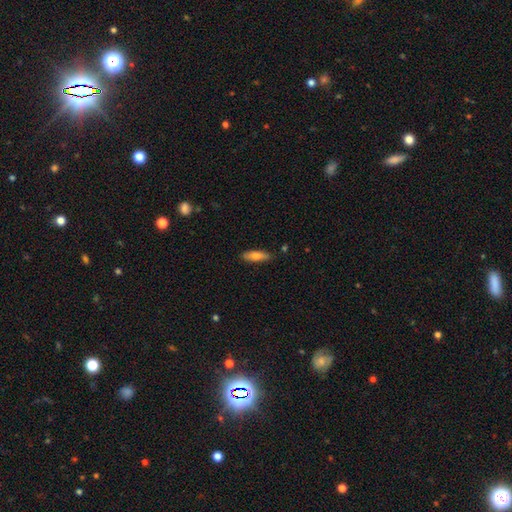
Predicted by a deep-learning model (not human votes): The model was most divided on "how rounded": in between: 50%, cigar-shaped: 48%, round: 2%. More confident: merging — none (84%); smooth or featured — smooth (76%).